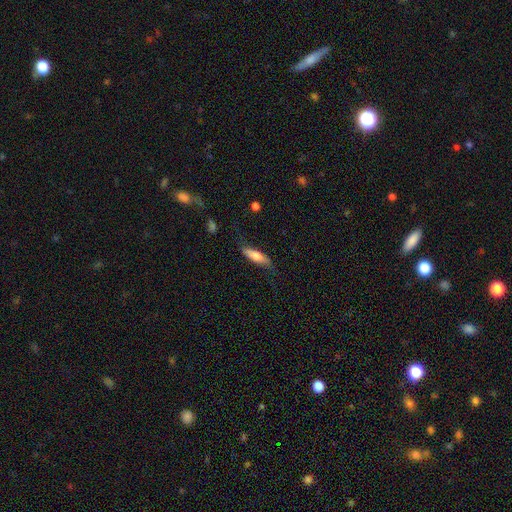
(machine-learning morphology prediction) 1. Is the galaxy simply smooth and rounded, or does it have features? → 69% smooth, 26% featured or disk, 6% star or artifact.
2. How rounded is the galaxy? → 60% cigar-shaped, 38% in between, 2% round.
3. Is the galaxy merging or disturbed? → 69% none, 22% minor disturbance, 7% major disturbance, 2% merger.